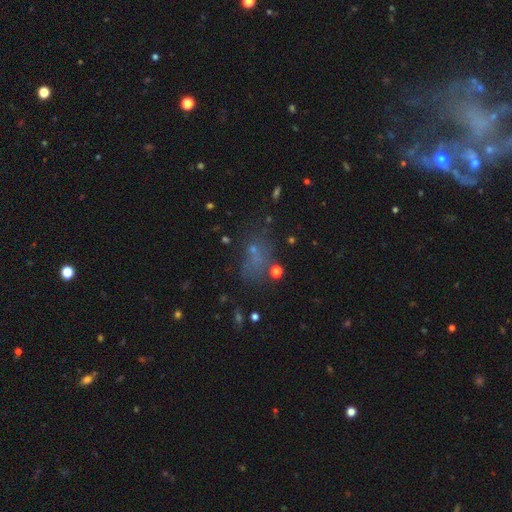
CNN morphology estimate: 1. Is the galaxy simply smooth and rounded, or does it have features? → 45% smooth, 36% star or artifact, 19% featured or disk.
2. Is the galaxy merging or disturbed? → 48% none, 22% major disturbance, 21% minor disturbance, 9% merger.